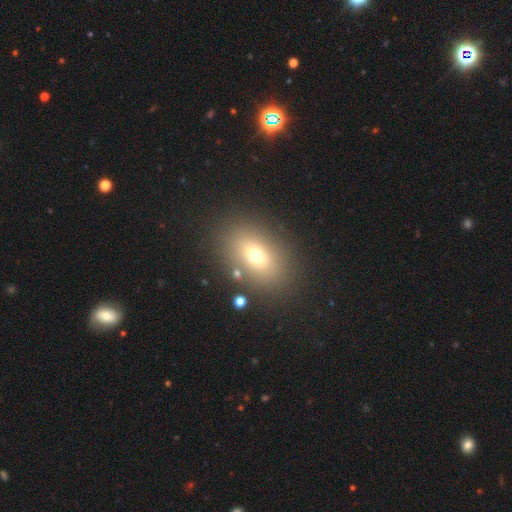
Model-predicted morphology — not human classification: smooth-or-featured: smooth: 70% | star or artifact: 15% | featured or disk: 15%
  how-rounded: in between: 76% | round: 22% | cigar-shaped: 2%
  merging: none: 84% | minor disturbance: 9% | major disturbance: 4% | merger: 4%